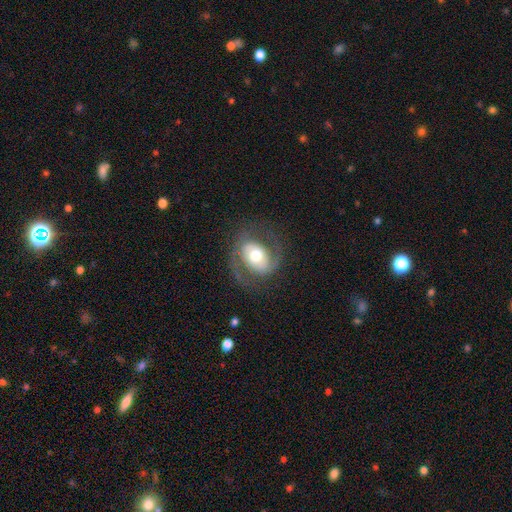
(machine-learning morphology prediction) Q: Smooth or featured?
A: featured or disk (73%); runner-up: smooth (21%)
Q: Edge-on disk?
A: no (97%); runner-up: yes (3%)
Q: Bar?
A: no (52%); runner-up: weak (31%)
Q: Spiral arms?
A: yes (84%); runner-up: no (16%)
Q: Spiral winding?
A: medium (50%); runner-up: tight (26%)
Q: Spiral arm count?
A: 2 (86%); runner-up: can't tell (6%)
Q: Bulge size?
A: moderate (59%); runner-up: large (29%)
Q: Merging?
A: none (71%); runner-up: minor disturbance (15%)